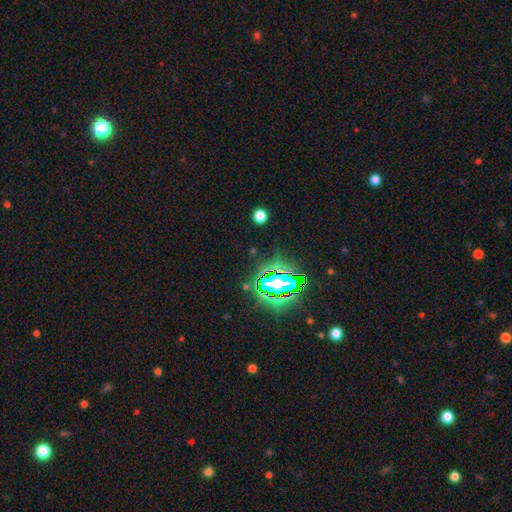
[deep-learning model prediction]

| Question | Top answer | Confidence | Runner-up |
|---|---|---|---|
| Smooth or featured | star or artifact | 77% | smooth (14%) |